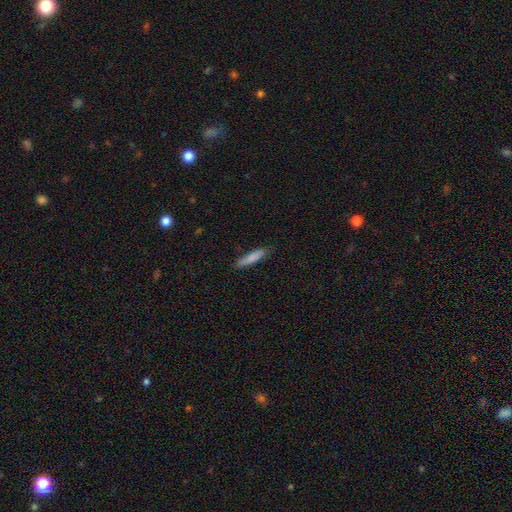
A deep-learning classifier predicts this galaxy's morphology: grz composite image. It shows a smooth galaxy with no disk features (79%) that is cigar-shaped (88%). Merging: none (85%).